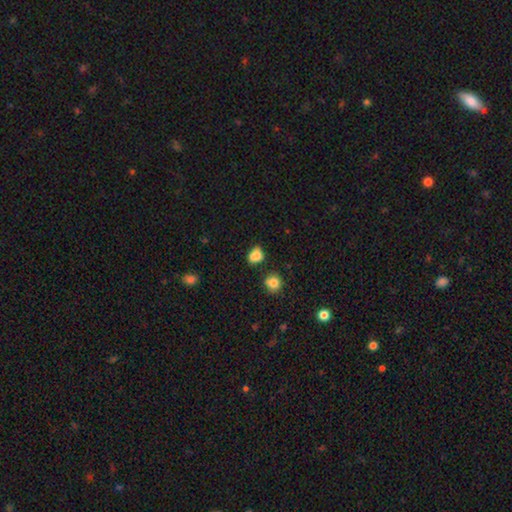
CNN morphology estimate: Smooth or featured: smooth — 83% (star or artifact — 11%)
How rounded: in between — 56% (round — 43%)
Merging: none — 63% (minor disturbance — 23%)